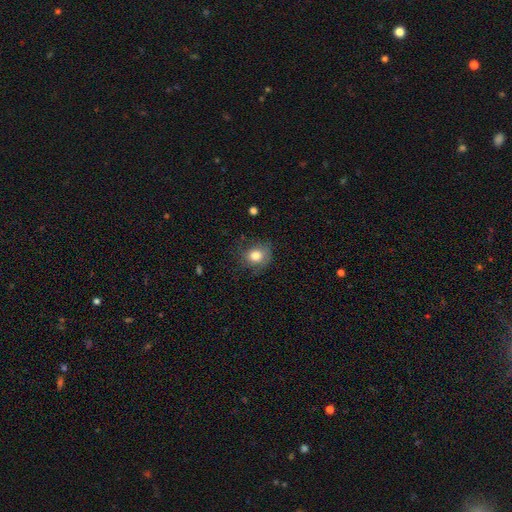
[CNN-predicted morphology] Smooth or featured?
  - smooth: 80% *
  - featured or disk: 11%
  - star or artifact: 9%
How rounded?
  - round: 69% *
  - in between: 30%
  - cigar-shaped: 1%
Merging?
  - none: 66% *
  - minor disturbance: 23%
  - major disturbance: 9%
  - merger: 1%